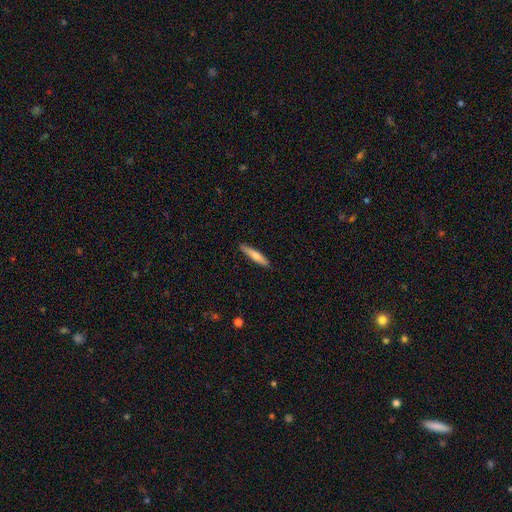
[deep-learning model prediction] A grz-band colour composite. It shows a smooth galaxy with no disk features (70%) that is cigar-shaped (90%). Merging: none (88%).